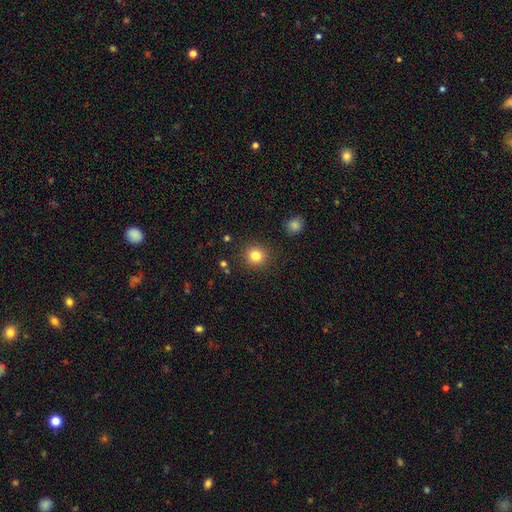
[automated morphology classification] Smooth or featured? smooth (83%)
How rounded? round (92%)
Merging? none (89%)